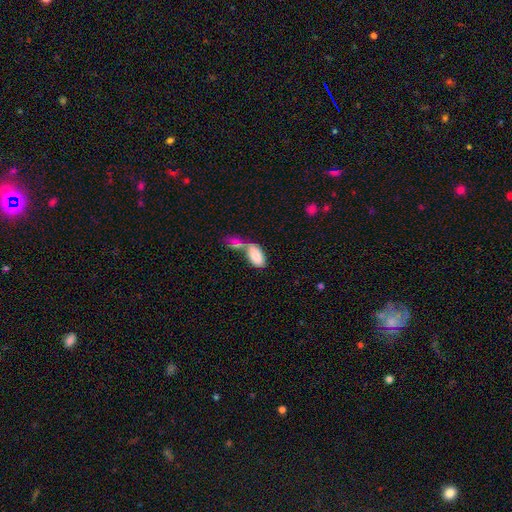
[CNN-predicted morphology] A smooth galaxy with no disk features (84%) that is in between round and cigar-shaped (94%).

Vote fractions:
- Smooth or featured? smooth: 84% / featured or disk: 10% / star or artifact: 7%
- How rounded? in between: 94% / cigar-shaped: 4% / round: 2%
- Merging? merger: 52% / none: 28% / minor disturbance: 12% / major disturbance: 8%